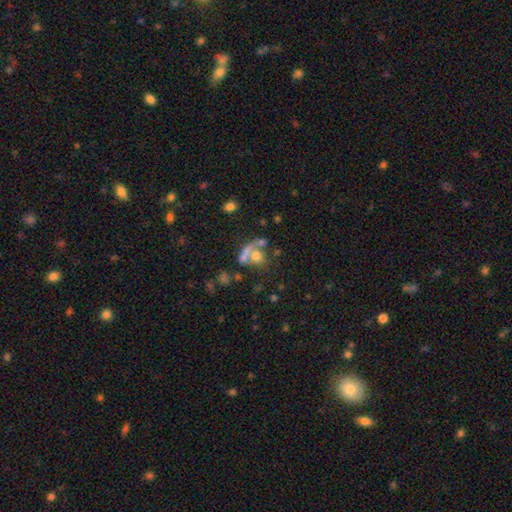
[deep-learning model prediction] smooth-or-featured: smooth: 59% | featured or disk: 26% | star or artifact: 15%
  how-rounded: round: 68% | in between: 29% | cigar-shaped: 3%
  merging: merger: 42% | none: 33% | major disturbance: 15% | minor disturbance: 10%